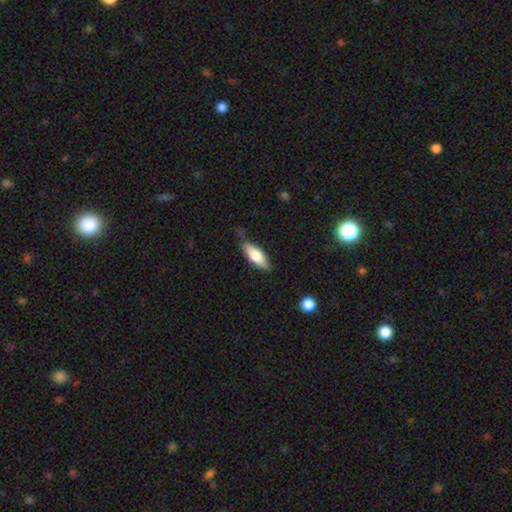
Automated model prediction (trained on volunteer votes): Smooth or featured: smooth — 68% (featured or disk — 26%)
How rounded: in between — 65% (cigar-shaped — 33%)
Merging: none — 76% (minor disturbance — 18%)